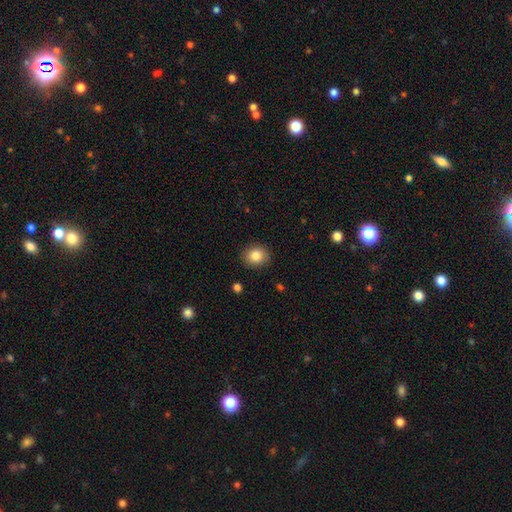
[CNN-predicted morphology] Smooth or featured?
  - smooth: 84% *
  - star or artifact: 9%
  - featured or disk: 7%
How rounded?
  - round: 67% *
  - in between: 32%
  - cigar-shaped: 1%
Merging?
  - none: 90% *
  - minor disturbance: 7%
  - major disturbance: 2%
  - merger: 1%